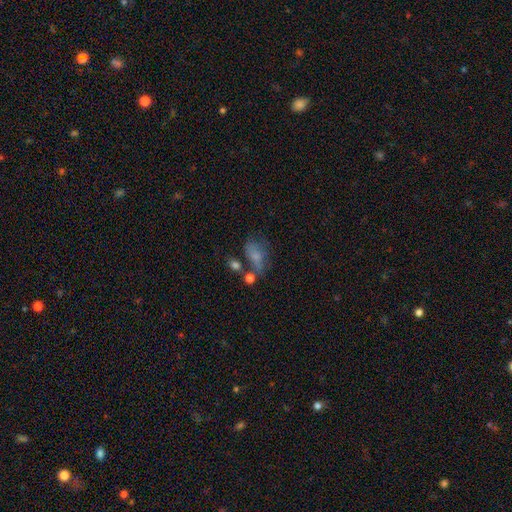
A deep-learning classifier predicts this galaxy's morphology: smooth_or_featured: smooth (p=0.61) [alt: featured or disk p=0.25]
how_rounded: in between (p=0.80) [alt: round p=0.16]
merging: none (p=0.31) [alt: major disturbance p=0.27]